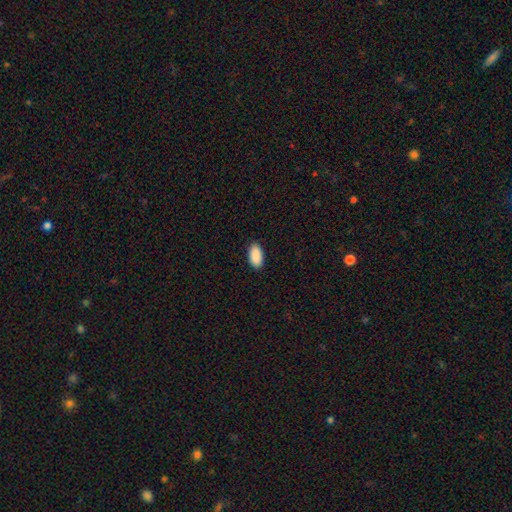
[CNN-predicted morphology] Smooth or featured? Predicted: smooth (p=0.91). How rounded? Predicted: in between (p=0.95). Merging? Predicted: none (p=0.90).